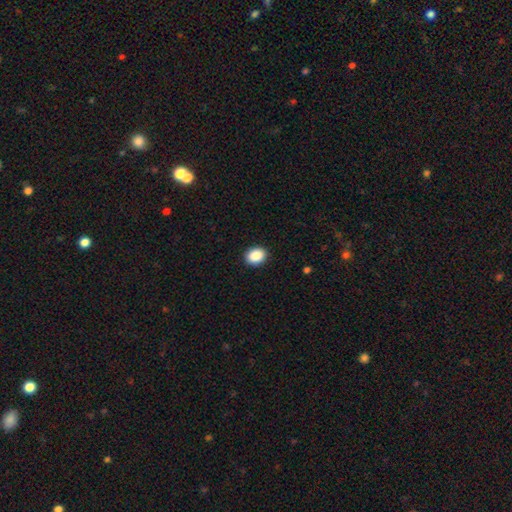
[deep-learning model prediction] A smooth galaxy with no disk features (89%) that is in between round and cigar-shaped (58%).

Vote fractions:
- Smooth or featured? smooth: 89% / star or artifact: 8% / featured or disk: 3%
- How rounded? in between: 58% / round: 41% / cigar-shaped: 1%
- Merging? none: 91% / minor disturbance: 7% / major disturbance: 2% / merger: 1%